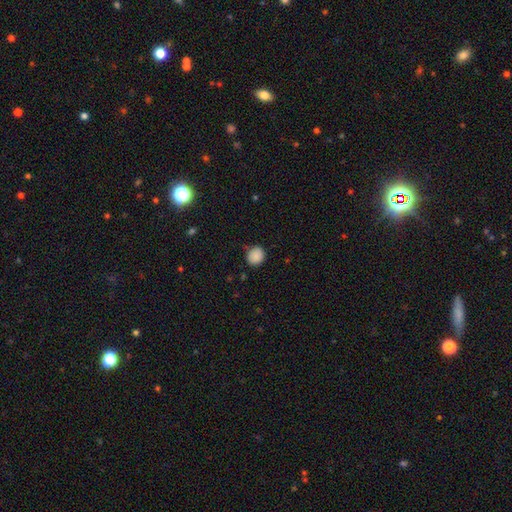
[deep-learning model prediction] Overall: smooth (88%). How rounded: round (75%). Merging: none (82%).